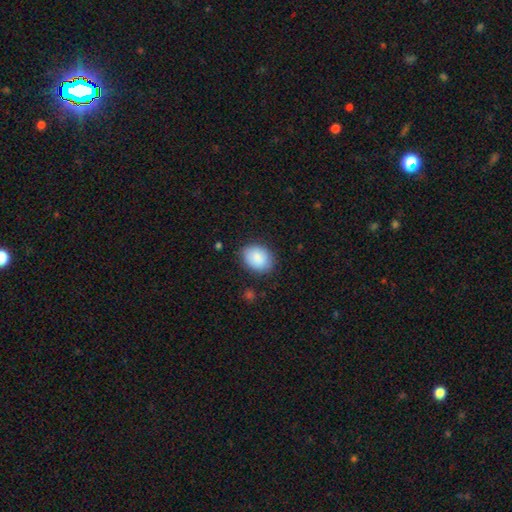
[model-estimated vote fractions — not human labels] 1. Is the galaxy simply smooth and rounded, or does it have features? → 88% smooth, 7% star or artifact, 5% featured or disk.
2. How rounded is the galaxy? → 60% in between, 39% round, 1% cigar-shaped.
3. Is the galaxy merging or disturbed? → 83% none, 13% minor disturbance, 3% major disturbance, 1% merger.